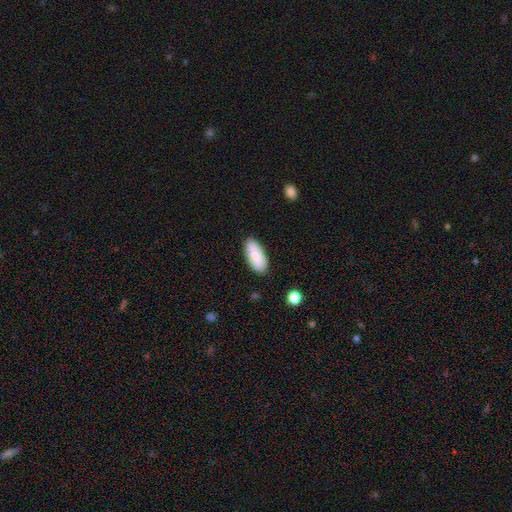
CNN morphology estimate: This is clearly a smooth galaxy (84%). How rounded: clearly in between (86%). Merging: clearly none (86%).